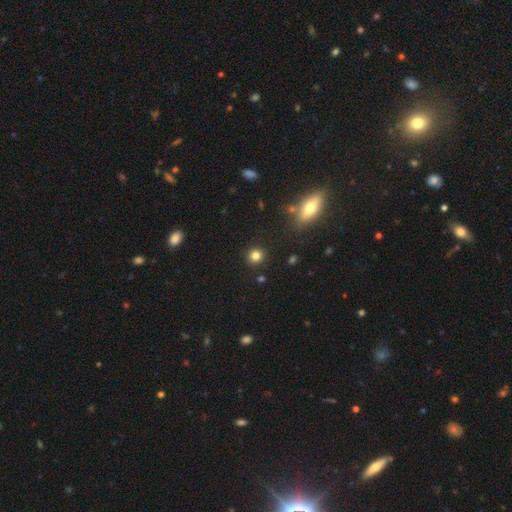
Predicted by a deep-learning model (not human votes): smooth-or-featured: smooth: 81% | star or artifact: 13% | featured or disk: 6%
  how-rounded: round: 91% | in between: 8% | cigar-shaped: 1%
  merging: none: 90% | minor disturbance: 6% | major disturbance: 2% | merger: 2%